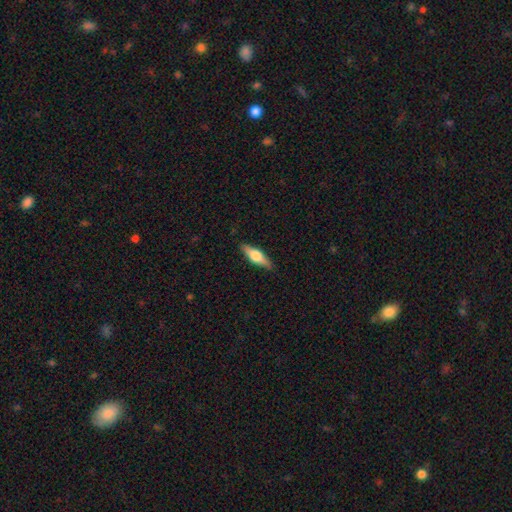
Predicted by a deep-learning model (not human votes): Smooth or featured: featured or disk — 49% (smooth — 45%)
Merging: none — 88% (minor disturbance — 9%)